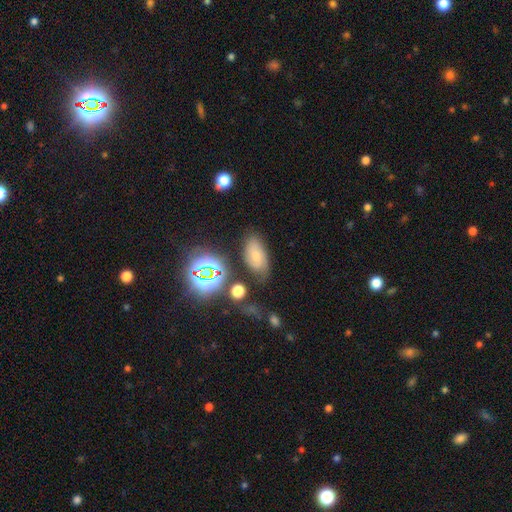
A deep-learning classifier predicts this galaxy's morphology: Overall: smooth (49%; featured or disk 31%). Merging: none (67%).